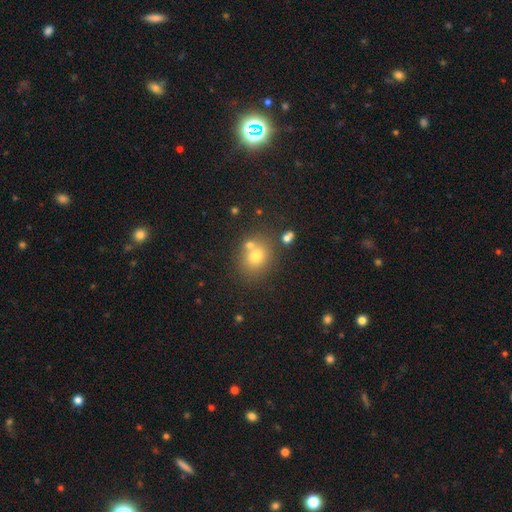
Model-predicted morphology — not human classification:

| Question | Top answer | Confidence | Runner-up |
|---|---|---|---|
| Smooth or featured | smooth | 70% | star or artifact (17%) |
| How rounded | round | 70% | in between (29%) |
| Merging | none | 63% | merger (23%) |